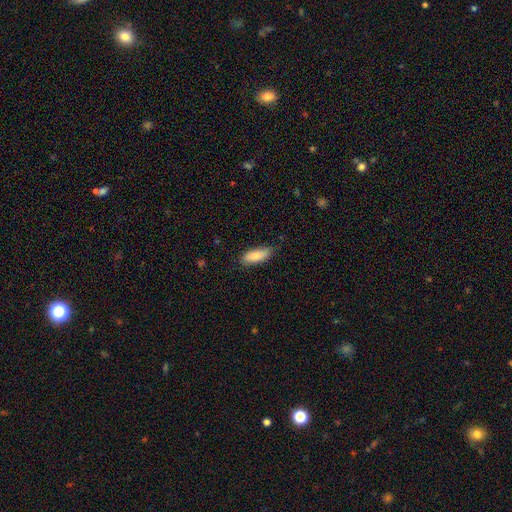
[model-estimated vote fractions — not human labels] smooth-or-featured: smooth: 83% | featured or disk: 11% | star or artifact: 6%
  how-rounded: in between: 68% | cigar-shaped: 30% | round: 2%
  merging: none: 79% | minor disturbance: 17% | major disturbance: 3% | merger: 1%